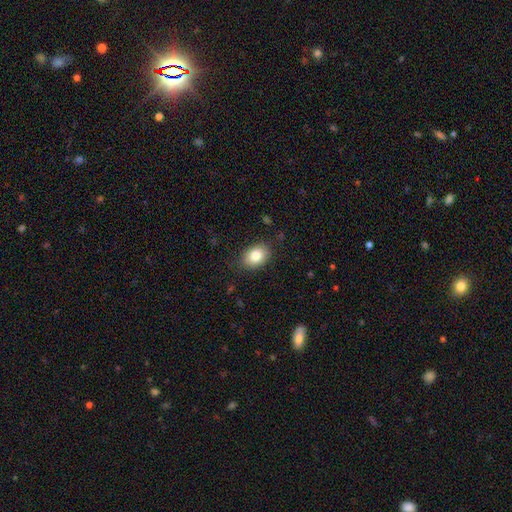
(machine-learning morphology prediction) This appears to be a smooth galaxy with no disk features (84%) that is in between round and cigar-shaped (79%). Merging: none (83%).